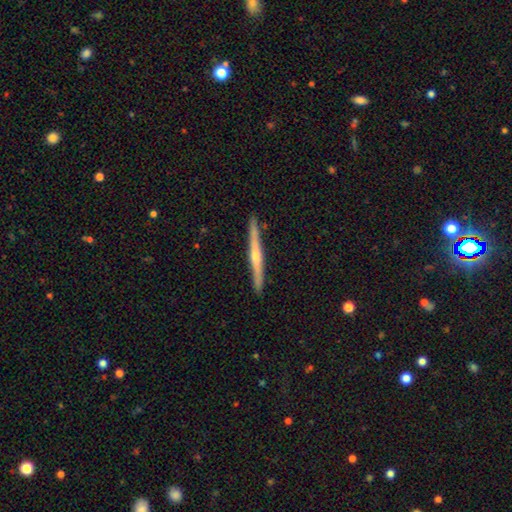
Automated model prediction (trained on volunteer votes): A featured or disk galaxy (74%) viewed edge-on (98%) with a rounded central bulge (80%). Merging: none (91%).